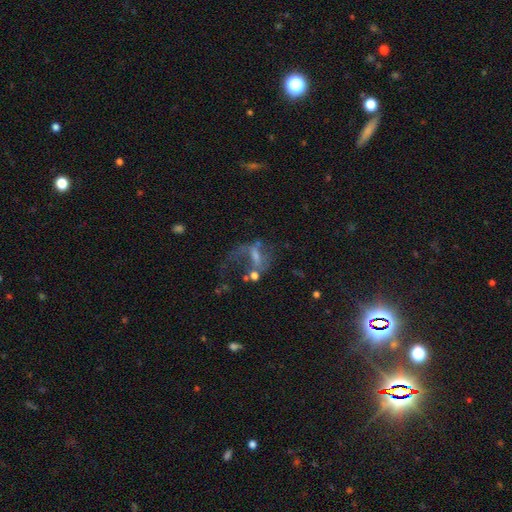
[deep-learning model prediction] smooth-or-featured: featured or disk: 56% | smooth: 24% | star or artifact: 20%
  disk-edge-on: no: 94% | yes: 6%
    bar: no: 44% | weak: 37% | strong: 19%
    has-spiral-arms: yes: 51% | no: 49%
    bulge-size: small: 34% | none: 31% | moderate: 28% | large: 5% | dominant: 2%
  merging: major disturbance: 46% | none: 28% | minor disturbance: 13% | merger: 12%